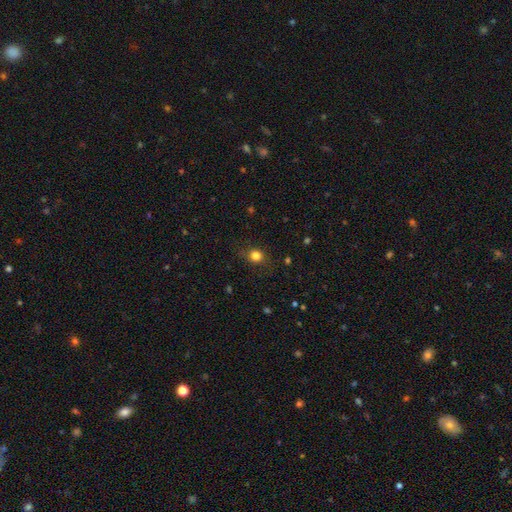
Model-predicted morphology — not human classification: smooth_or_featured: smooth (p=0.80) [alt: star or artifact p=0.14]
how_rounded: round (p=0.75) [alt: in between p=0.24]
merging: none (p=0.81) [alt: minor disturbance p=0.13]